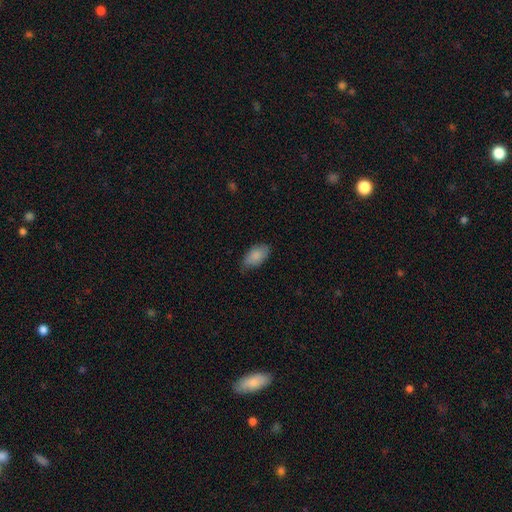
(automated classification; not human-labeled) Q: Smooth or featured?
A: smooth (86%); runner-up: featured or disk (8%)
Q: How rounded?
A: in between (93%); runner-up: round (4%)
Q: Merging?
A: none (70%); runner-up: minor disturbance (25%)